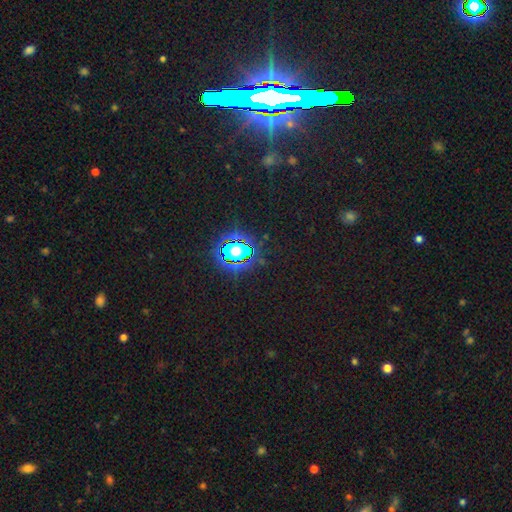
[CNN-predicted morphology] A star or artifact, not a galaxy (83%).